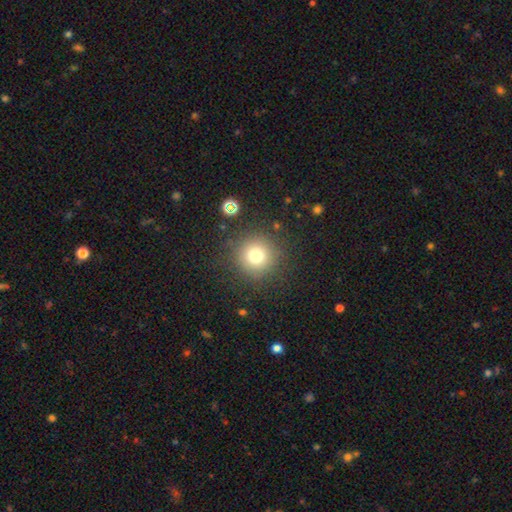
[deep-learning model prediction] Overall: smooth (75%). How rounded: round (95%). Merging: none (86%).